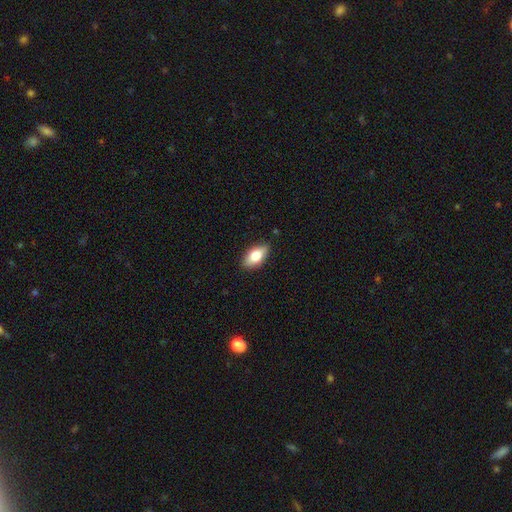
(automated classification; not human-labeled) Smooth or featured?
  - smooth: 74% *
  - featured or disk: 19%
  - star or artifact: 7%
How rounded?
  - in between: 88% *
  - cigar-shaped: 8%
  - round: 5%
Merging?
  - none: 85% *
  - minor disturbance: 12%
  - major disturbance: 2%
  - merger: 1%